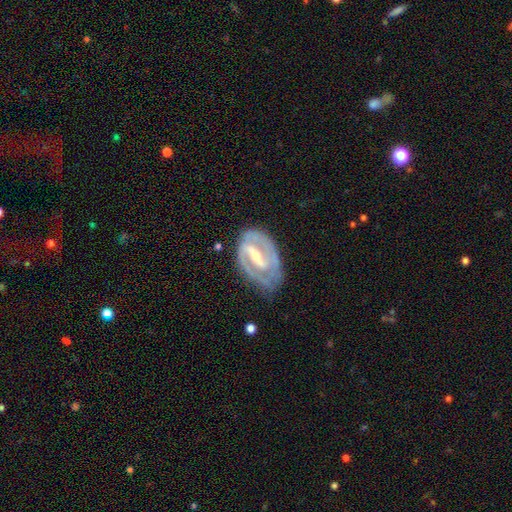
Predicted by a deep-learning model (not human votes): Overall: featured or disk (86%). Edge-on disk: no (96%). Bar: strong (59%; weak 32%). Spiral arms: yes (90%). Spiral arm count: 2 (78%). Spiral winding: tight (48%; medium 41%). Bulge size: small (48%; moderate 46%). Merging: none (68%).